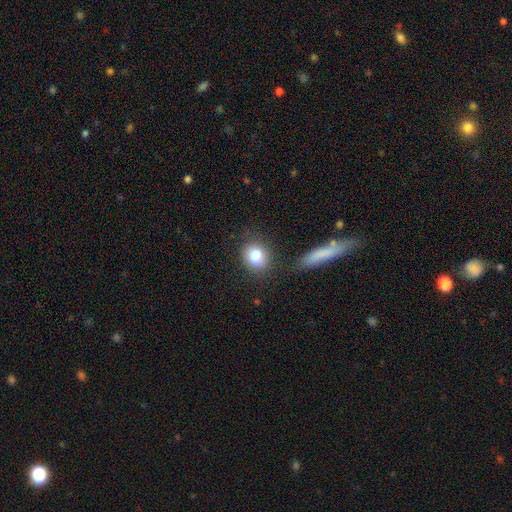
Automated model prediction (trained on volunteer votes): smooth-or-featured: smooth: 84% | star or artifact: 8% | featured or disk: 7%
  how-rounded: round: 61% | in between: 38% | cigar-shaped: 1%
  merging: none: 77% | minor disturbance: 13% | merger: 6% | major disturbance: 4%